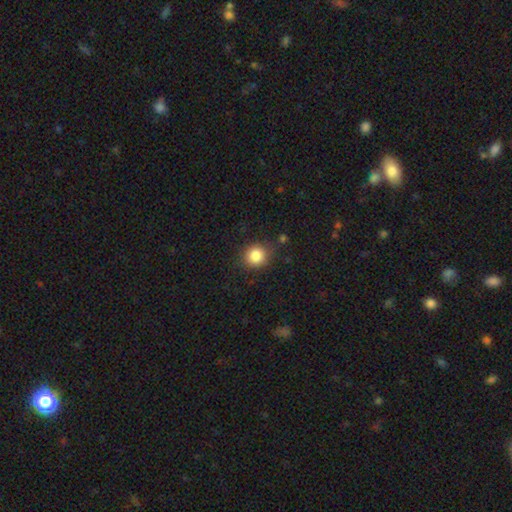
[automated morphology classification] Overall: smooth (84%). How rounded: round (87%). Merging: none (82%).